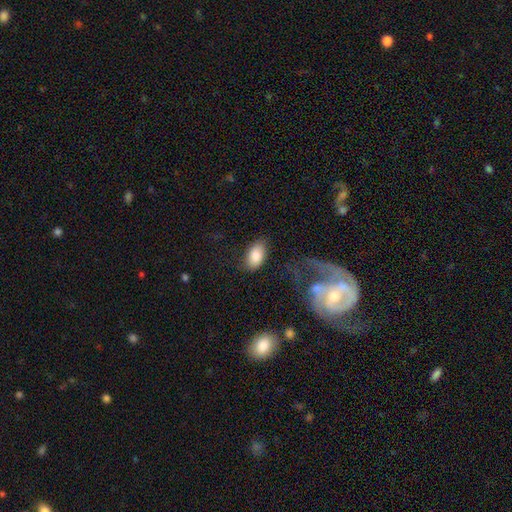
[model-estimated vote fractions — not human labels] Morphology: type=smooth (84%); roundness=in between (93%); merging=none (77%).